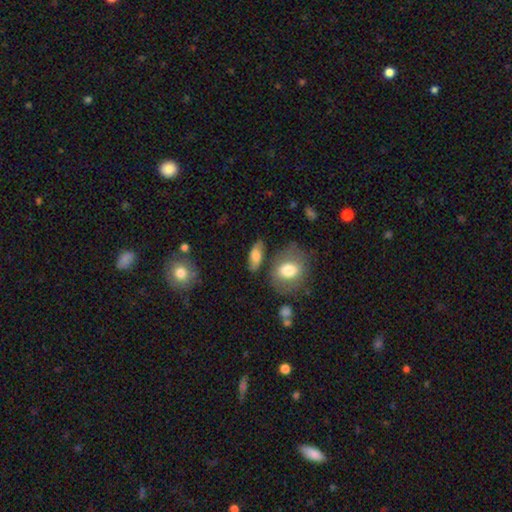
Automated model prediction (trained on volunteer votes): Q: Smooth or featured?
A: smooth (71%); runner-up: featured or disk (22%)
Q: How rounded?
A: in between (77%); runner-up: cigar-shaped (16%)
Q: Merging?
A: none (72%); runner-up: minor disturbance (16%)